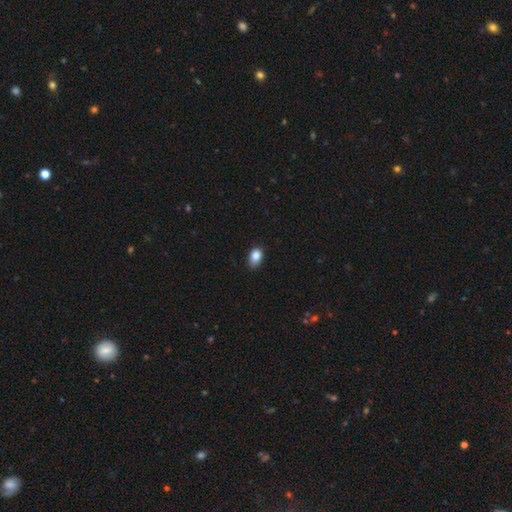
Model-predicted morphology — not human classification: smooth_or_featured: smooth (p=0.86) [alt: star or artifact p=0.09]
how_rounded: in between (p=0.84) [alt: round p=0.14]
merging: none (p=0.74) [alt: minor disturbance p=0.21]